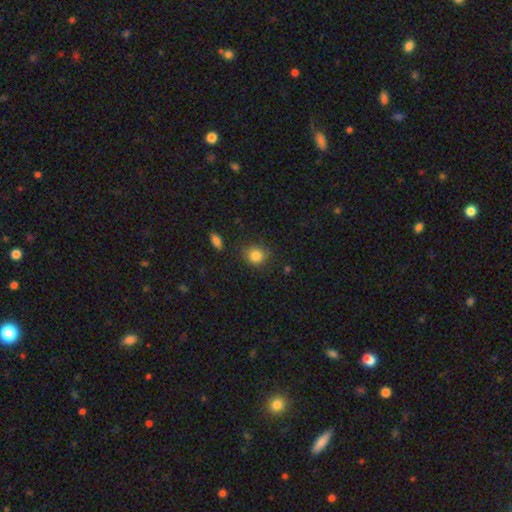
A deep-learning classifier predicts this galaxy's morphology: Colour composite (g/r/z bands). It shows a smooth galaxy with no disk features (84%) that is round (78%). Merging: none (78%).